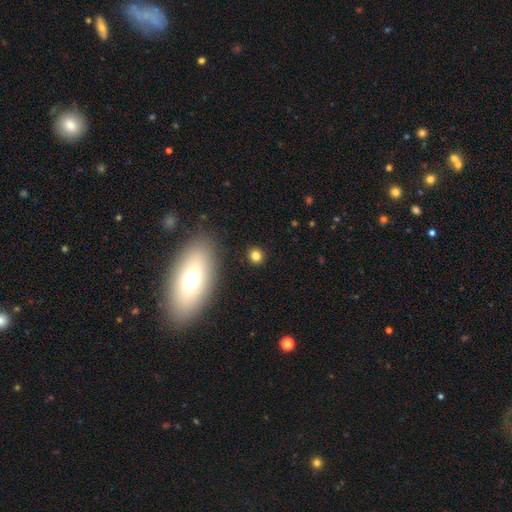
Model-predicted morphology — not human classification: smooth 79%, star or artifact 14%, featured or disk 7%. Down the decision tree: how rounded — round (79%); merging — none (88%).